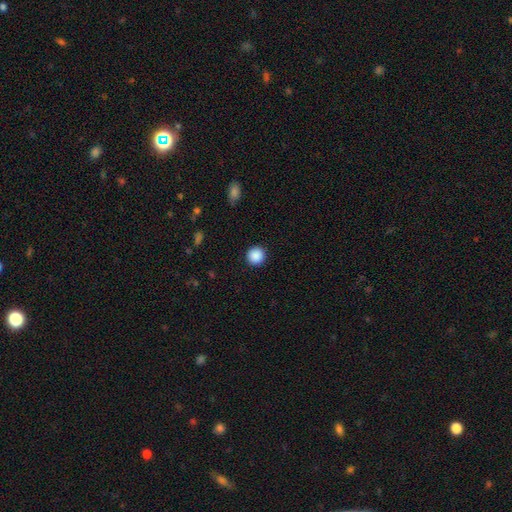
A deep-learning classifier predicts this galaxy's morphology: A smooth galaxy with no disk features (89%) that is round (95%).

Vote fractions:
- Smooth or featured? smooth: 89% / star or artifact: 9% / featured or disk: 3%
- How rounded? round: 95% / in between: 4% / cigar-shaped: 1%
- Merging? none: 92% / minor disturbance: 5% / major disturbance: 2% / merger: 1%